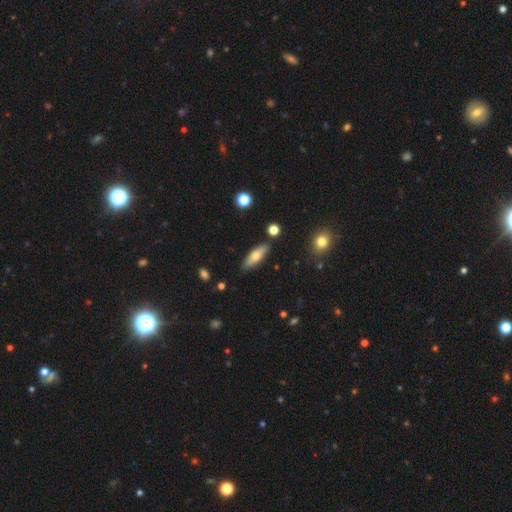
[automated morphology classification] Overall: smooth (62%; featured or disk 31%). How rounded: in between (54%; cigar-shaped 43%). Merging: none (85%).